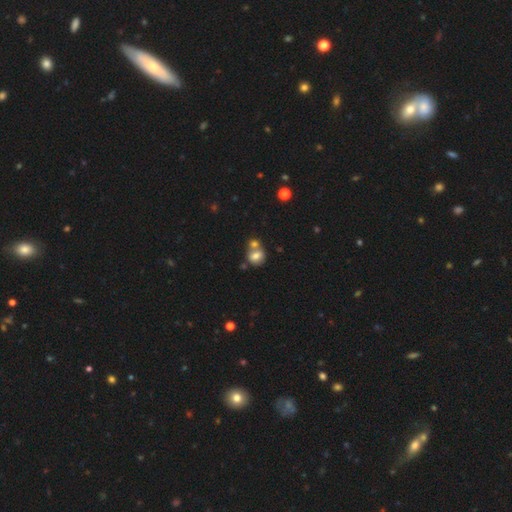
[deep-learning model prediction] This appears to be a smooth galaxy with no disk features (74%) that is round (62%). Merging: merger (46%).